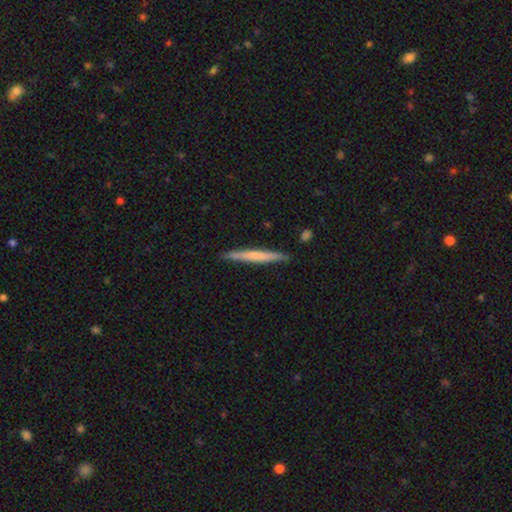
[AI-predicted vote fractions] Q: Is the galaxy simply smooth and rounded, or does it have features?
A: smooth — 56%.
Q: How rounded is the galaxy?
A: cigar-shaped — 97%.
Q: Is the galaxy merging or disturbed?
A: none — 89%.